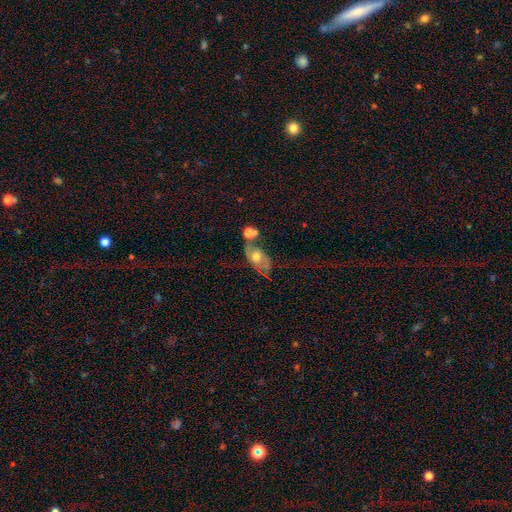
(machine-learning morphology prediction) Smooth or featured? Predicted: featured or disk (p=0.61). Edge-on disk? Predicted: no (p=0.90). Bar? Predicted: no (p=0.78). Spiral arms? Predicted: yes (p=0.67). Bulge size? Predicted: moderate (p=0.72). Merging? Predicted: none (p=0.42).